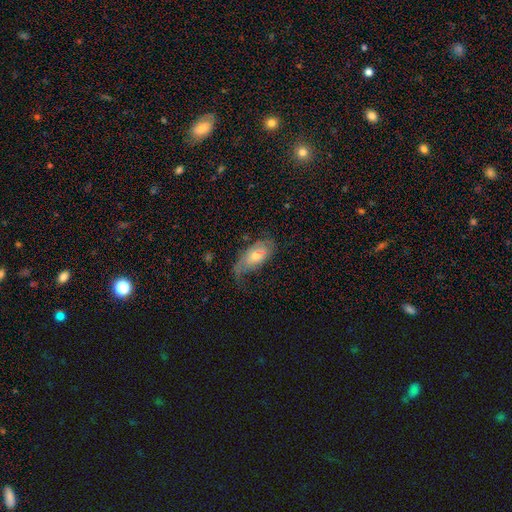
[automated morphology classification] smooth_or_featured: featured or disk (p=0.46) [tied with: smooth p=0.46]
merging: none (p=0.38) [alt: minor disturbance p=0.32]